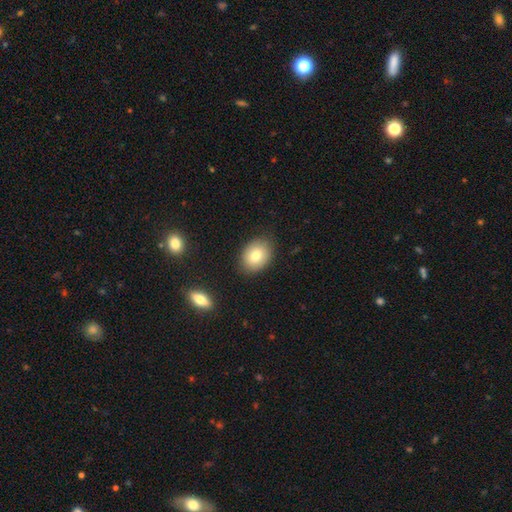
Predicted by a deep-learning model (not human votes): smooth 79%, featured or disk 12%, star or artifact 9%. Down the decision tree: how rounded — in between (64%); merging — none (85%).